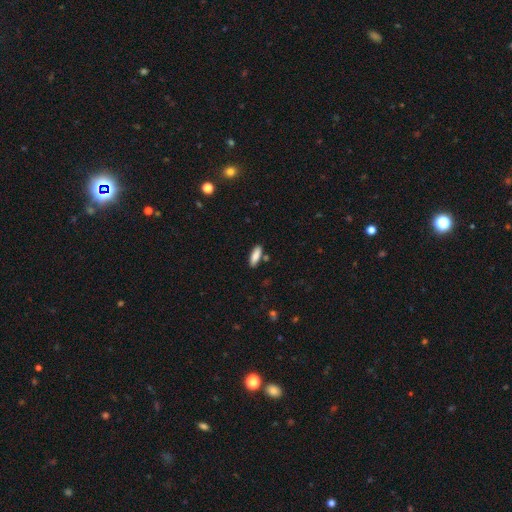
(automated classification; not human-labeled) smooth-or-featured: smooth: 86% | featured or disk: 8% | star or artifact: 6%
  how-rounded: in between: 65% | cigar-shaped: 33% | round: 2%
  merging: none: 83% | minor disturbance: 11% | merger: 5% | major disturbance: 2%